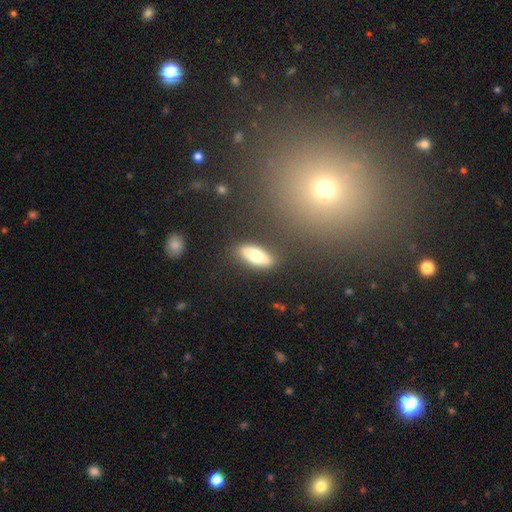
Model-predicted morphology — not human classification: Q: Smooth or featured?
A: smooth (67%); runner-up: featured or disk (26%)
Q: How rounded?
A: in between (75%); runner-up: cigar-shaped (22%)
Q: Merging?
A: none (83%); runner-up: minor disturbance (11%)